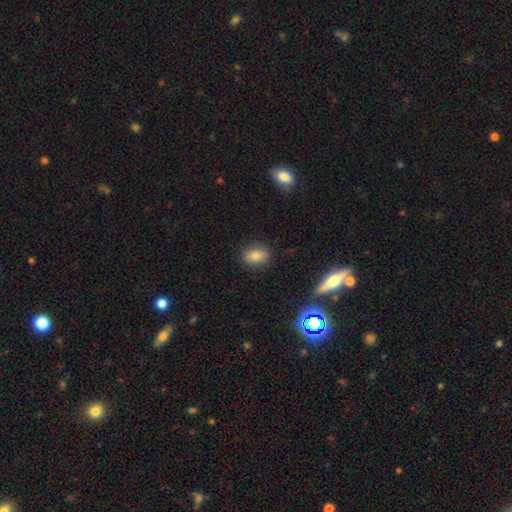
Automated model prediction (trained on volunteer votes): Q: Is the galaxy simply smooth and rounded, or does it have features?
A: smooth — 82%.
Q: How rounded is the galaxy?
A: in between — 75%.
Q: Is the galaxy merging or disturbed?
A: none — 86%.